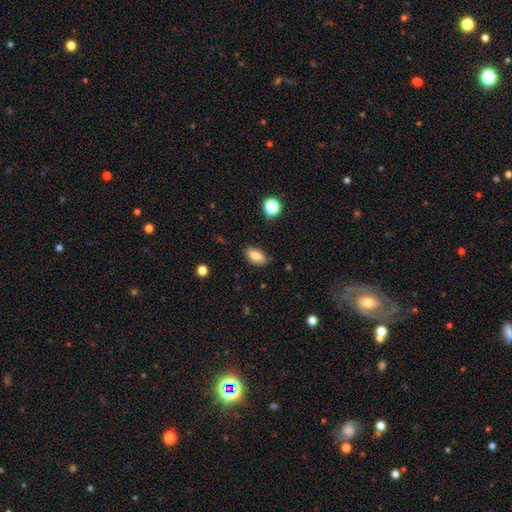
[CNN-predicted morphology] smooth-or-featured: smooth: 80% | featured or disk: 11% | star or artifact: 9%
  how-rounded: in between: 91% | round: 5% | cigar-shaped: 4%
  merging: none: 82% | minor disturbance: 14% | major disturbance: 3% | merger: 2%